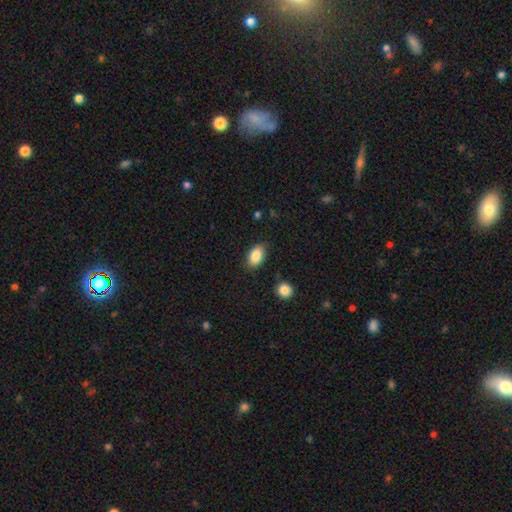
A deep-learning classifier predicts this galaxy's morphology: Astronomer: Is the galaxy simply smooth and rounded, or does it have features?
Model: smooth — 87%.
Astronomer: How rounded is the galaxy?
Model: in between — 91%.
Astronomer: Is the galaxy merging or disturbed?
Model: none — 84%.